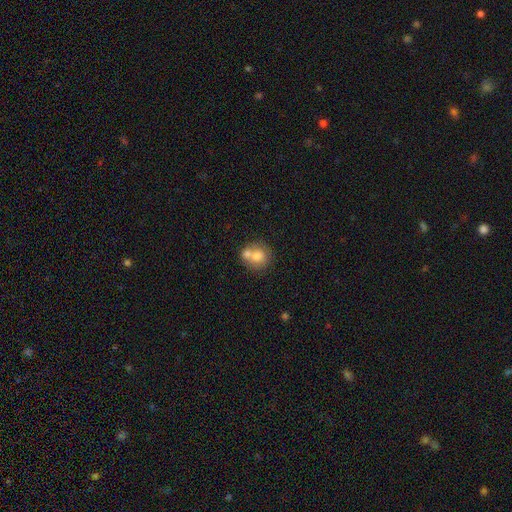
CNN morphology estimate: A smooth galaxy with no disk features (70%) that is round (78%). Merging: merger (48%).